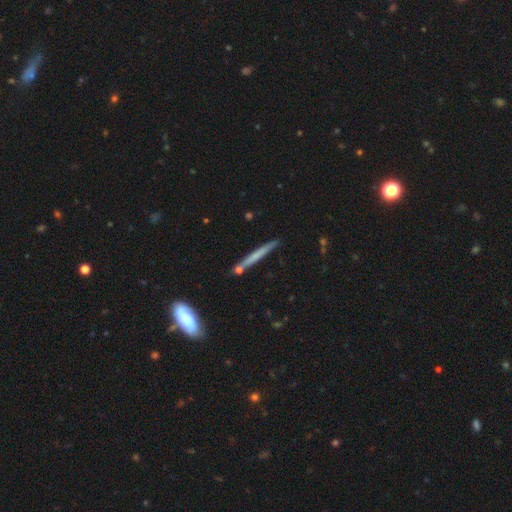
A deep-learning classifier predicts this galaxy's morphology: Q: Smooth or featured?
A: smooth (53%); runner-up: featured or disk (41%)
Q: How rounded?
A: cigar-shaped (96%); runner-up: in between (2%)
Q: Merging?
A: none (81%); runner-up: minor disturbance (10%)